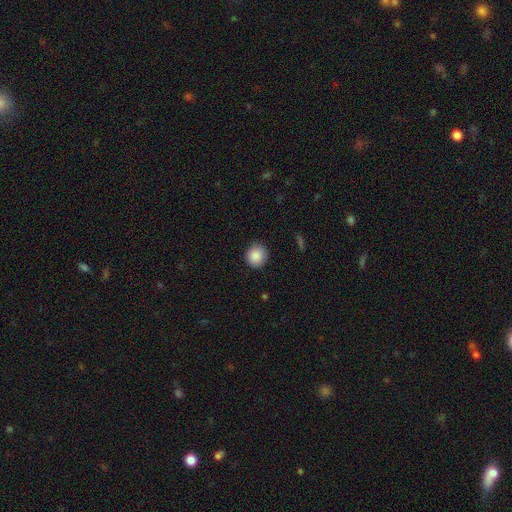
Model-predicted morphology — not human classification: type=smooth (88%); roundness=round (89%); merging=none (87%).